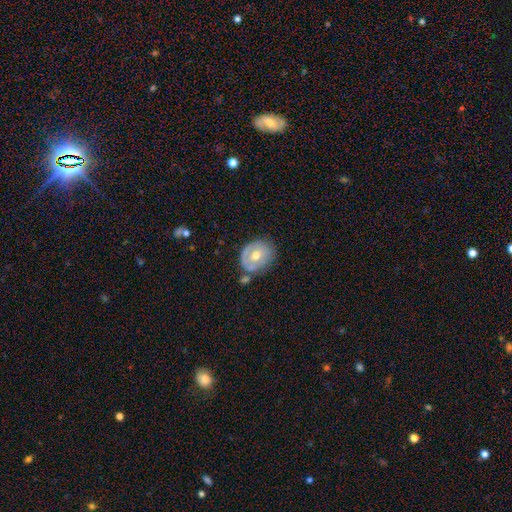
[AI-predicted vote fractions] This appears to be a featured or disk galaxy (50%). Merging: none (62%).